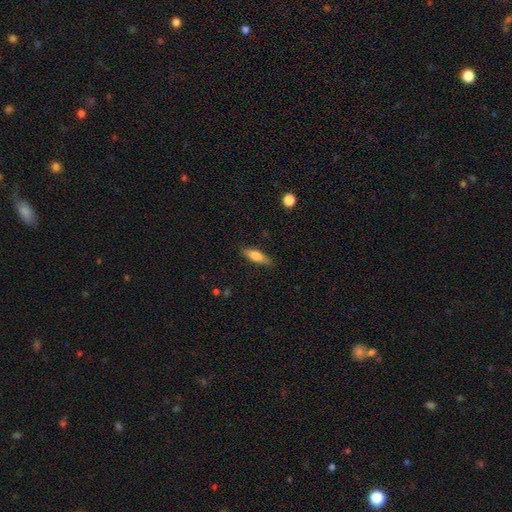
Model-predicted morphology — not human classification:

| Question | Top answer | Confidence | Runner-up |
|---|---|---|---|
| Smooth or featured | smooth | 69% | featured or disk (25%) |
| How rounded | cigar-shaped | 52% | in between (45%) |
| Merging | none | 85% | minor disturbance (11%) |